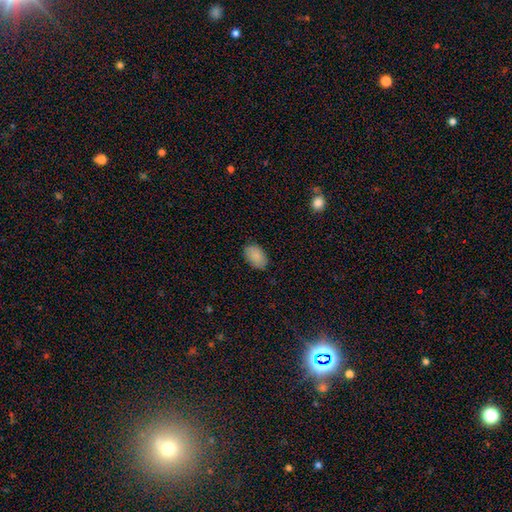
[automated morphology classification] This is clearly a smooth galaxy (89%). How rounded: clearly in between (90%). Merging: clearly none (85%).